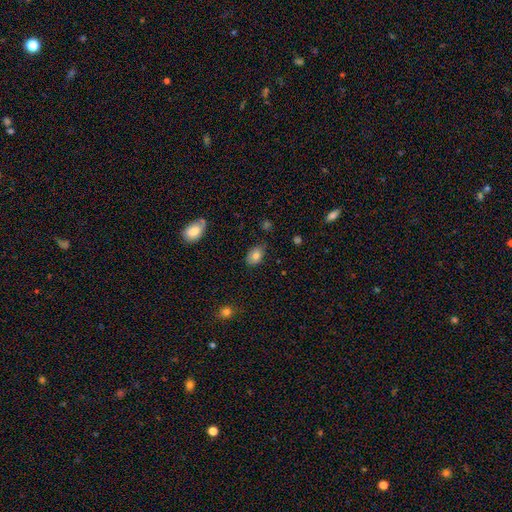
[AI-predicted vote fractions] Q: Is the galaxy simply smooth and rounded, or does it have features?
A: smooth — 81%.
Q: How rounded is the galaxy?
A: in between — 85%.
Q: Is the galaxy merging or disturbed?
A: none — 72%.